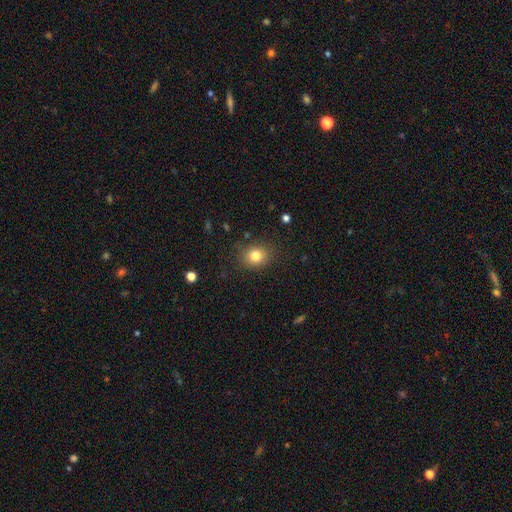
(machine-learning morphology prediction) A smooth galaxy with no disk features (81%) that is round (66%). Merging: none (84%).